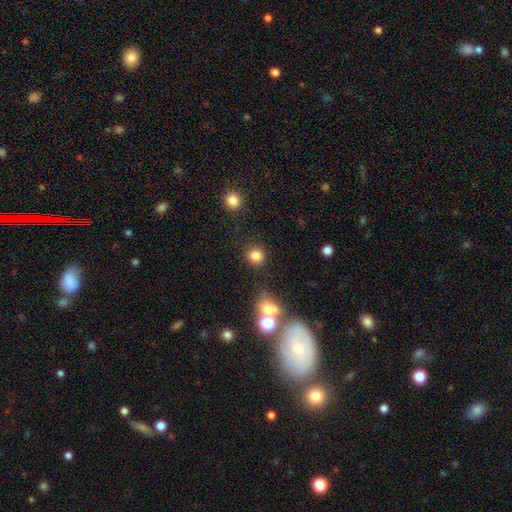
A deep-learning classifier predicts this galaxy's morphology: Smooth or featured: smooth — 82% (star or artifact — 13%)
How rounded: round — 90% (in between — 9%)
Merging: none — 85% (minor disturbance — 7%)